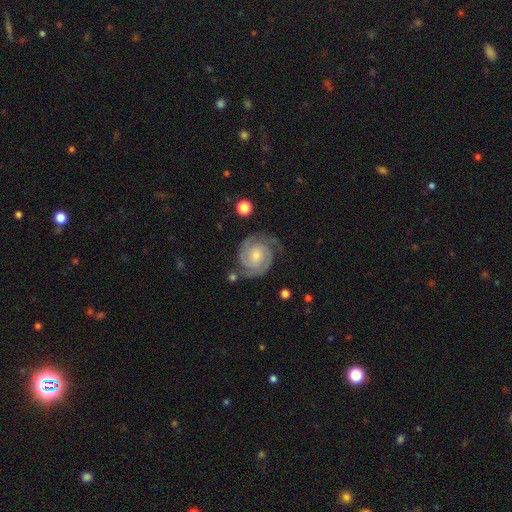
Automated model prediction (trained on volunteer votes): Morphology: type=featured or disk (90%); edge-on=no (98%); bar=no (67%); spiral arms=yes (98%); winding=tight (69%); arm count=2 (69%); bulge=small (51%); merging=none (74%).